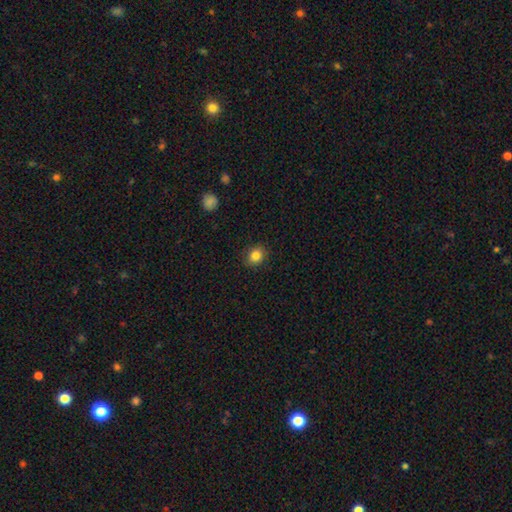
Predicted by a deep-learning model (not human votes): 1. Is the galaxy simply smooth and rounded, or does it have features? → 84% smooth, 10% star or artifact, 6% featured or disk.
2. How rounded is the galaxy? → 65% round, 34% in between, 1% cigar-shaped.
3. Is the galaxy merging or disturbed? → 89% none, 8% minor disturbance, 2% major disturbance, 1% merger.